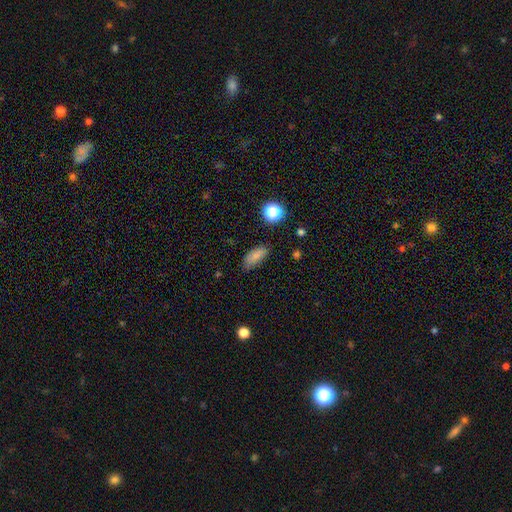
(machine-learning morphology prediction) A smooth galaxy with no disk features (82%) that is in between round and cigar-shaped (80%). Merging: none (76%).